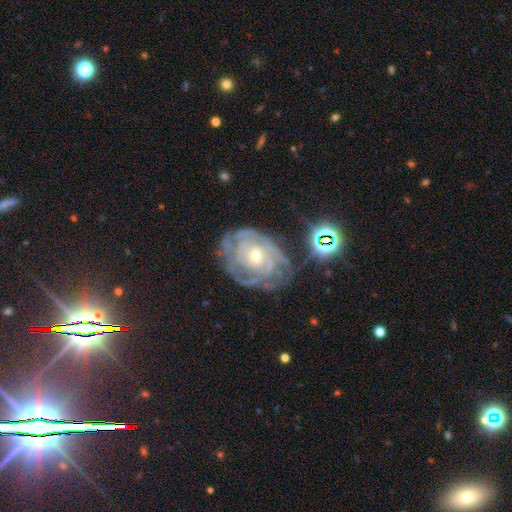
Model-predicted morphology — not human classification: This is clearly a featured or disk galaxy (84%). It is clearly not viewed edge-on (97%). Bar: likely no (73%). Spiral arm pattern: clearly yes (92%). Spiral arm count: marginally can't tell (44%). Spiral winding: likely tight (73%). Central bulge: possibly small (50%). Merging: likely none (64%).